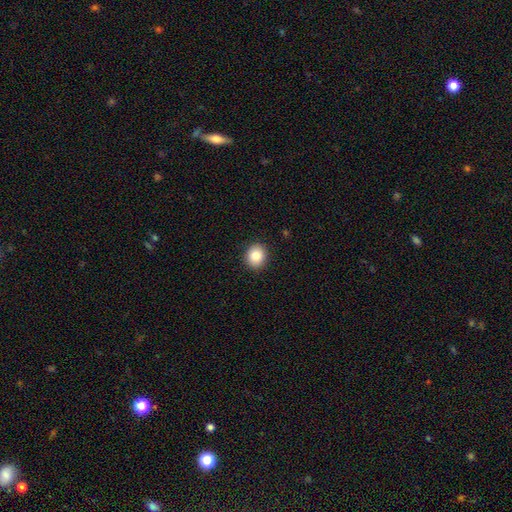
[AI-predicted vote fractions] Smooth or featured? Predicted: smooth (p=0.85). How rounded? Predicted: round (p=0.70). Merging? Predicted: none (p=0.91).